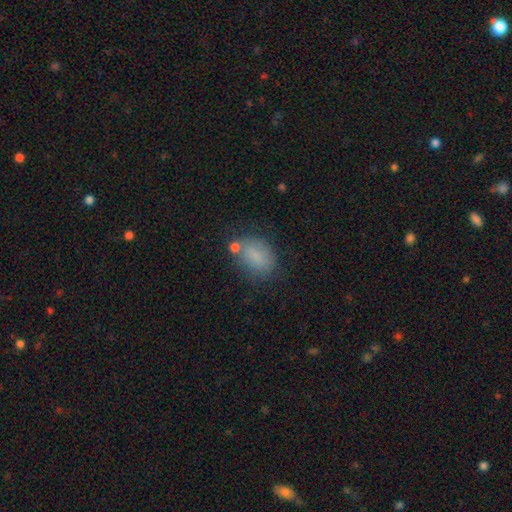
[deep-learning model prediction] Smooth or featured? Predicted: smooth (p=0.77). How rounded? Predicted: in between (p=0.78). Merging? Predicted: none (p=0.62).